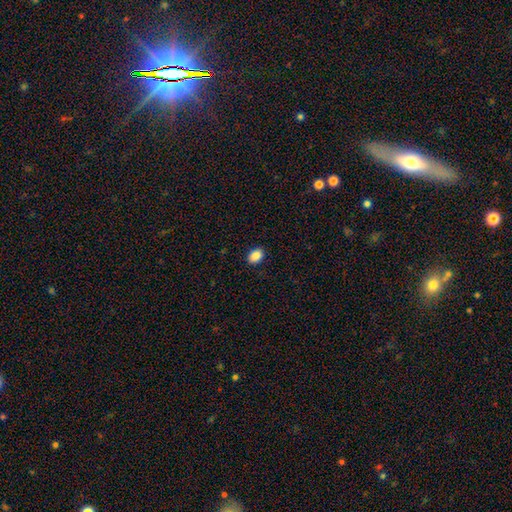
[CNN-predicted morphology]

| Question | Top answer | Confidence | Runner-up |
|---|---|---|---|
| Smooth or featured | smooth | 88% | star or artifact (8%) |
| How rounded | in between | 78% | round (21%) |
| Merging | none | 89% | minor disturbance (8%) |